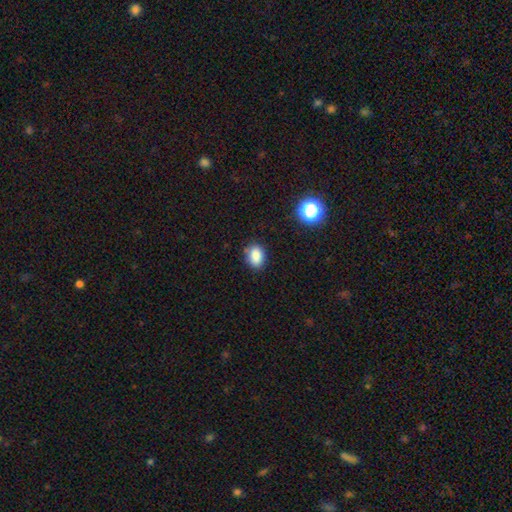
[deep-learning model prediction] This appears to be a smooth galaxy with no disk features (85%) that is in between round and cigar-shaped (75%). Merging: none (78%).